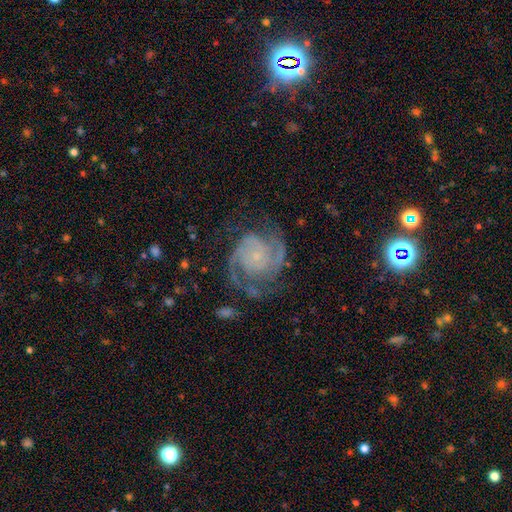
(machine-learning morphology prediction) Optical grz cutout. It shows a featured or disk galaxy (90%) with no bar (74%), 2 (76%) tight (47%) spiral arms (98%) and a small central bulge (77%). Merging: none (71%).